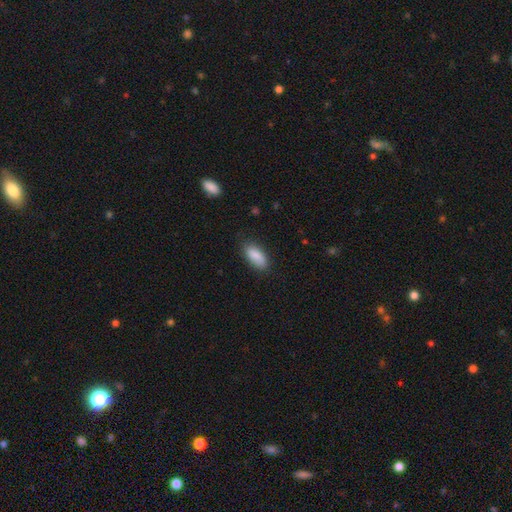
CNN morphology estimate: Smooth or featured? smooth (88%)
How rounded? in between (85%)
Merging? none (80%)